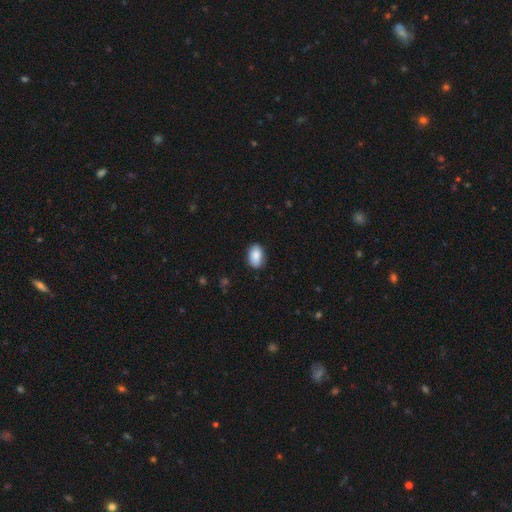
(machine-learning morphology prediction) Overall: smooth (88%). How rounded: in between (89%). Merging: none (85%).